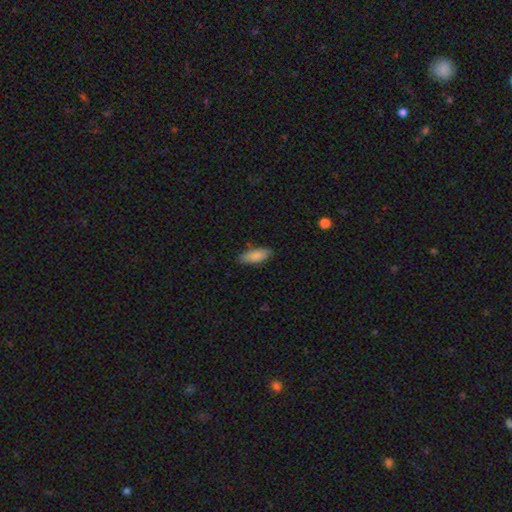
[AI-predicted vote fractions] Smooth or featured: smooth — 87% (featured or disk — 7%)
How rounded: in between — 77% (cigar-shaped — 21%)
Merging: none — 82% (minor disturbance — 14%)